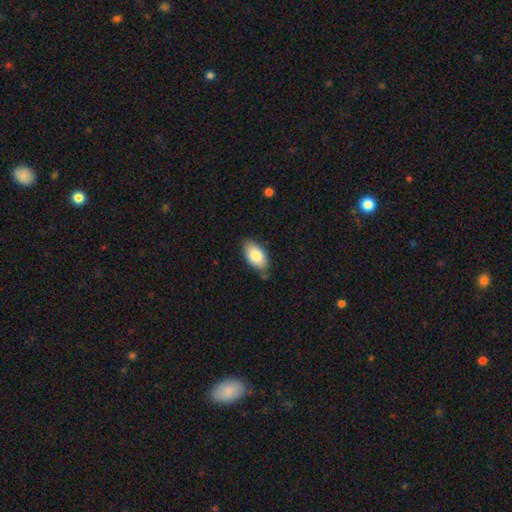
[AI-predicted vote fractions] smooth_or_featured: smooth (p=0.82) [alt: featured or disk p=0.11]
how_rounded: in between (p=0.94) [alt: round p=0.03]
merging: none (p=0.74) [alt: minor disturbance p=0.20]